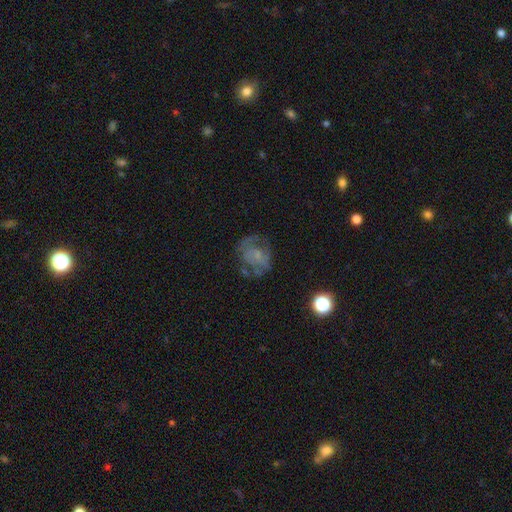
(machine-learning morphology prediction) A featured or disk galaxy (55%) with no bar (76%), spiral arms (51%) and a small central bulge (46%). Merging: none (50%).